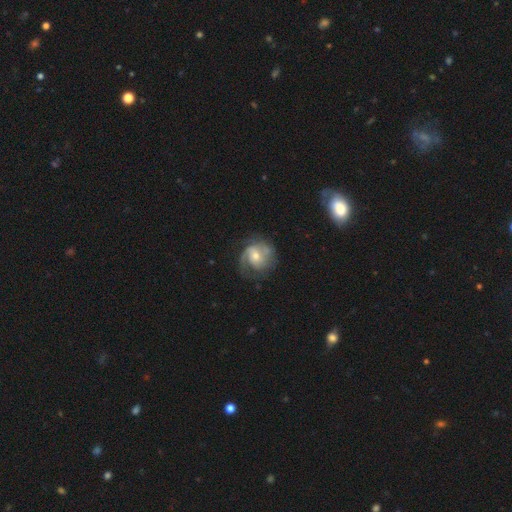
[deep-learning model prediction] Morphology: type=featured or disk (78%); edge-on=no (98%); bar=no (61%); spiral arms=yes (93%); winding=medium (43%); arm count=2 (46%); bulge=small (48%); merging=none (62%).